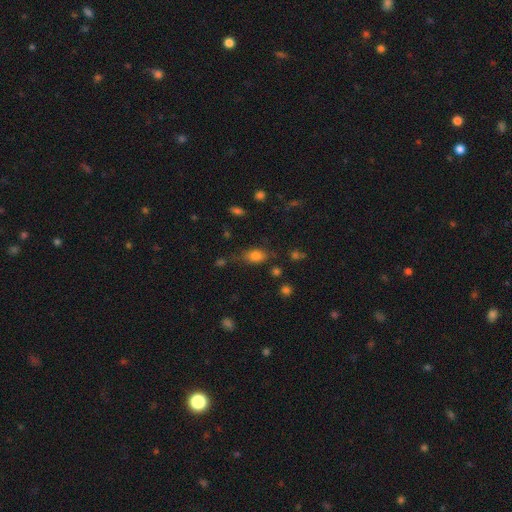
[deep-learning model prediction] Morphology: type=smooth (79%); roundness=in between (80%); merging=none (61%).